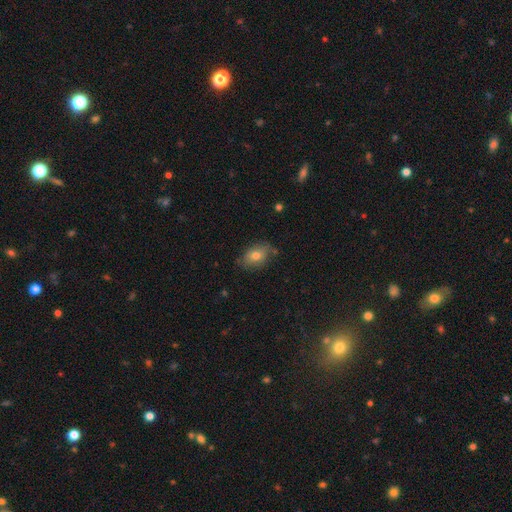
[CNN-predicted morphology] Smooth or featured? Predicted: smooth (p=0.74). How rounded? Predicted: in between (p=0.83). Merging? Predicted: none (p=0.72).